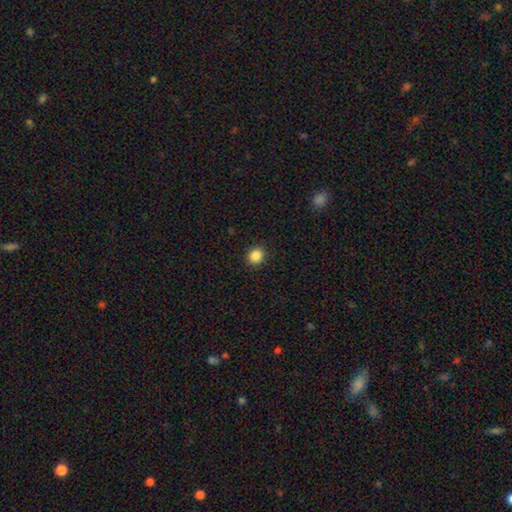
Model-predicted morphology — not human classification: Smooth or featured?
  - smooth: 86% *
  - star or artifact: 10%
  - featured or disk: 3%
How rounded?
  - round: 84% *
  - in between: 15%
  - cigar-shaped: 1%
Merging?
  - none: 91% *
  - minor disturbance: 6%
  - major disturbance: 2%
  - merger: 1%